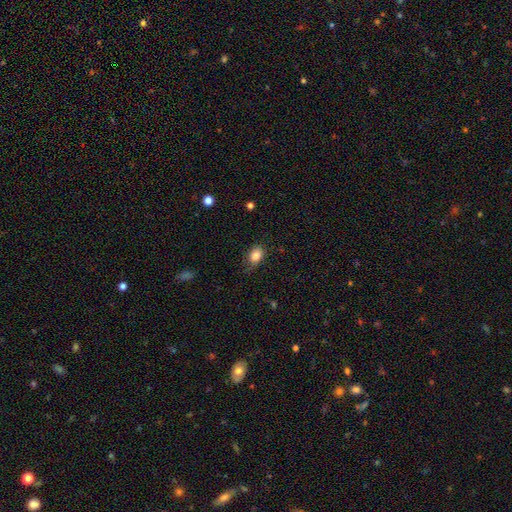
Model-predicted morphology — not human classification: type=smooth (84%); roundness=in between (76%); merging=none (70%).